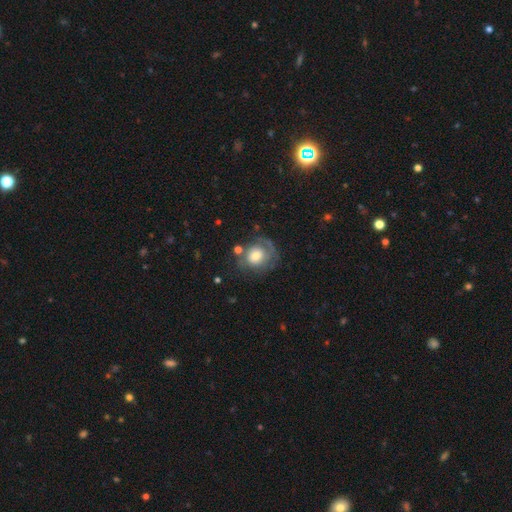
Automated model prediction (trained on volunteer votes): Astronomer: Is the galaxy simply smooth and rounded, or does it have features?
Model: smooth — 50% (runner-up: featured or disk, 42%).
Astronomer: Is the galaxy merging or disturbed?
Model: none — 55%.